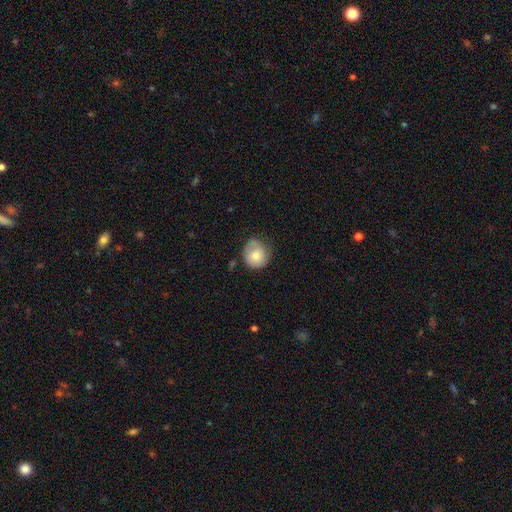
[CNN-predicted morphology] This is likely a smooth galaxy (70%). How rounded: clearly round (82%). Merging: possibly none (59%).